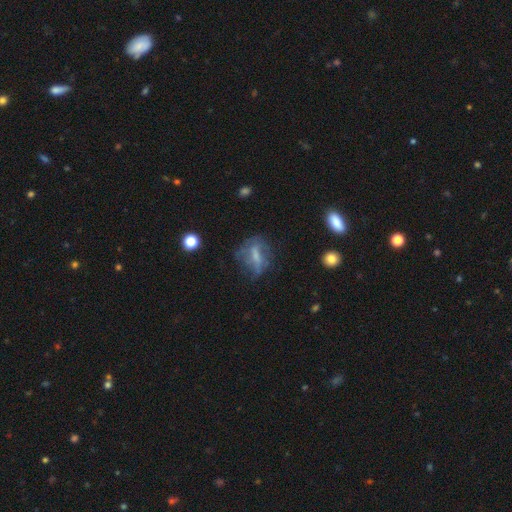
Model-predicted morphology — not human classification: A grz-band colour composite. It shows a featured or disk galaxy (47%). Merging: none (48%).